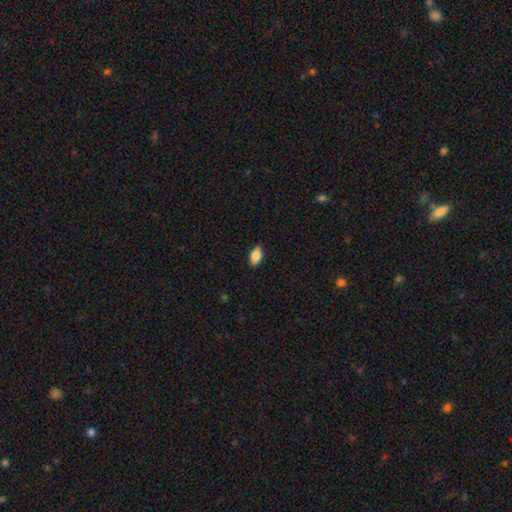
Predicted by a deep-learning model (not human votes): Smooth or featured? smooth (86%)
How rounded? in between (92%)
Merging? none (88%)